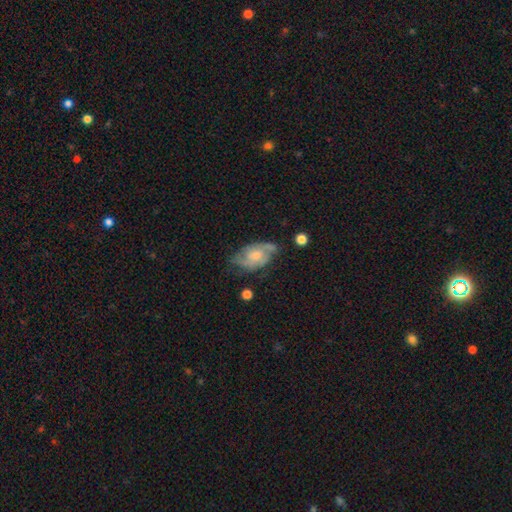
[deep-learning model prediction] Overall: featured or disk (65%; smooth 28%). Edge-on disk: no (94%). Bar: no (70%). Spiral arms: yes (80%). Bulge size: moderate (43%; small 40%). Merging: none (52%; minor disturbance 30%).